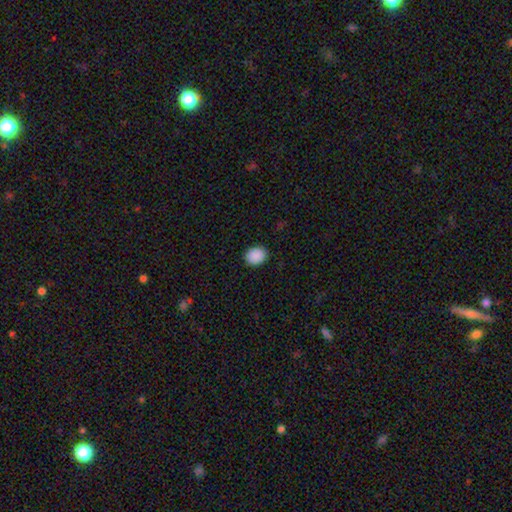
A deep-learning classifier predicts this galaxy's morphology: Smooth or featured? smooth (90%)
How rounded? round (57%)
Merging? none (90%)